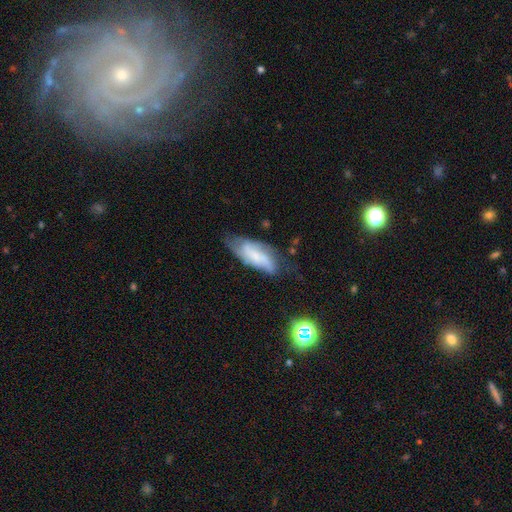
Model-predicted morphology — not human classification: smooth_or_featured: featured or disk (p=0.52) [alt: smooth p=0.39]
disk_edge_on: no (p=0.86) [alt: yes p=0.14]
merging: none (p=0.50) [alt: minor disturbance p=0.31]